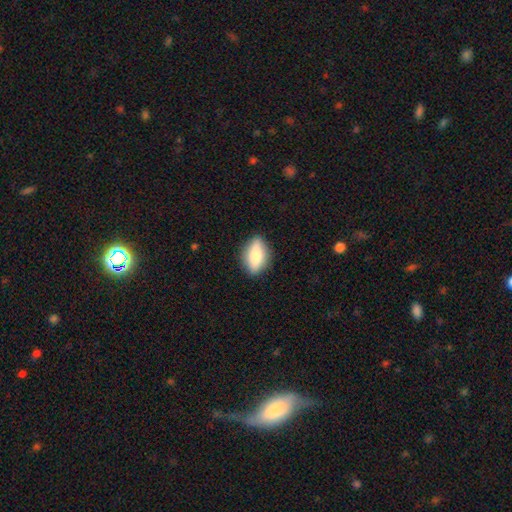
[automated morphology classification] Smooth or featured? smooth (68%)
How rounded? in between (76%)
Merging? none (85%)